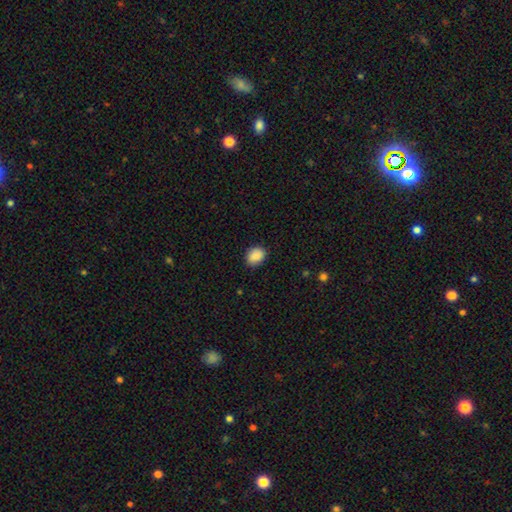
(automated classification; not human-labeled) Smooth or featured: smooth — 89% (star or artifact — 7%)
How rounded: in between — 58% (round — 41%)
Merging: none — 85% (minor disturbance — 12%)